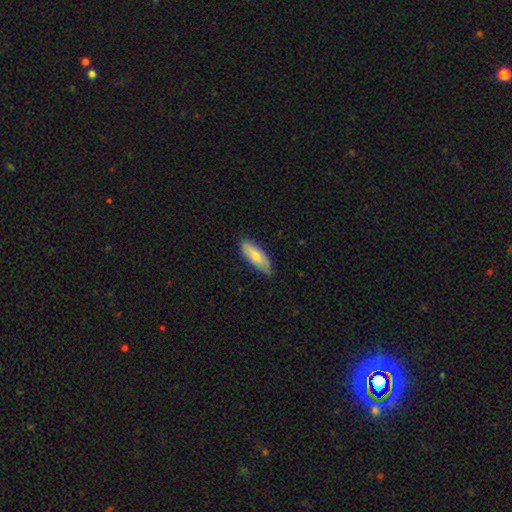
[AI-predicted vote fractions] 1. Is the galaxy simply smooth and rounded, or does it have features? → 71% smooth, 23% featured or disk, 5% star or artifact.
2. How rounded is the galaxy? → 75% in between, 24% cigar-shaped, 2% round.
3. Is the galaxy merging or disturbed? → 74% none, 22% minor disturbance, 3% major disturbance, 1% merger.